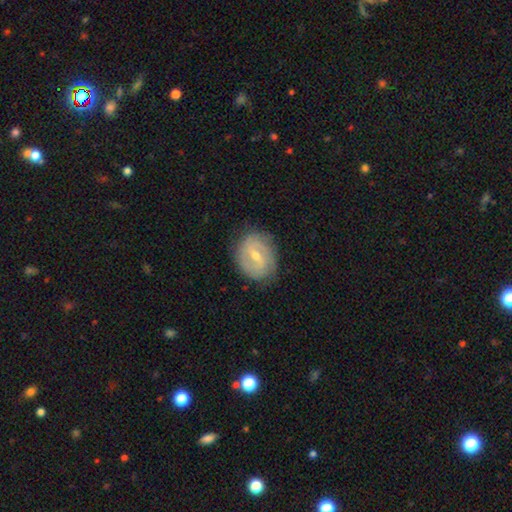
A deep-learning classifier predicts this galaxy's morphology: smooth-or-featured: featured or disk: 74% | smooth: 20% | star or artifact: 6%
  disk-edge-on: no: 96% | yes: 4%
    bar: weak: 55% | strong: 23% | no: 23%
    has-spiral-arms: yes: 85% | no: 15%
      spiral-winding: tight: 52% | medium: 35% | loose: 13%
      spiral-arm-count: 2: 57% | can't tell: 25% | 3: 10% | 1: 4% | 4: 3% | more than 4: 2%
    bulge-size: moderate: 52% | small: 45% | large: 1% | none: 1% | dominant: 1%
  merging: none: 78% | minor disturbance: 16% | major disturbance: 5% | merger: 1%